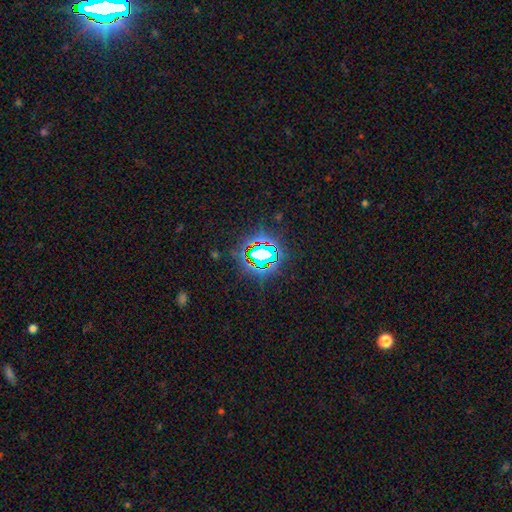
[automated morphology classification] Smooth or featured?
  - star or artifact: 80% *
  - smooth: 12%
  - featured or disk: 8%